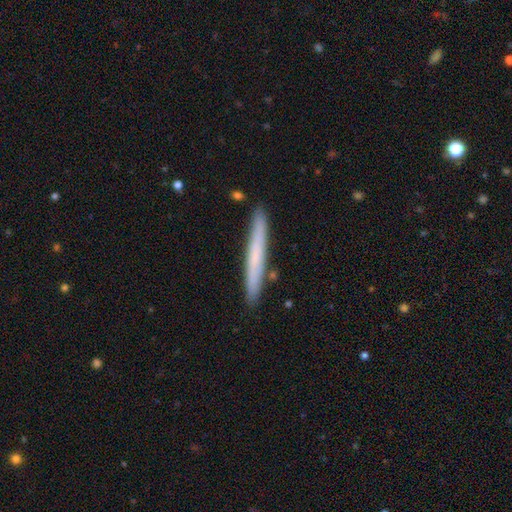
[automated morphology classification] type=smooth (59%); roundness=cigar-shaped (97%); merging=none (88%).